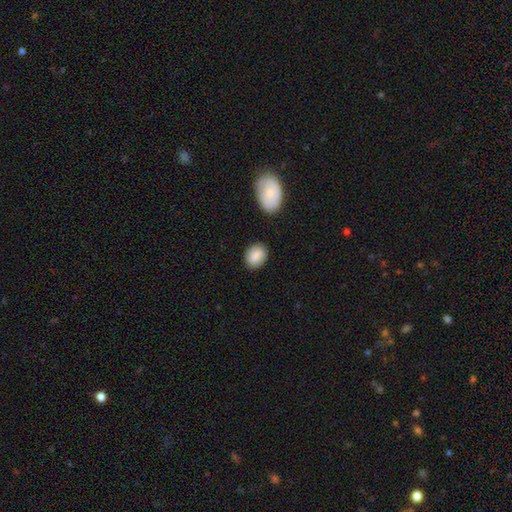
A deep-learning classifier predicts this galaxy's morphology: smooth 84%, featured or disk 9%, star or artifact 7%. Down the decision tree: how rounded — in between (66%); merging — none (80%).